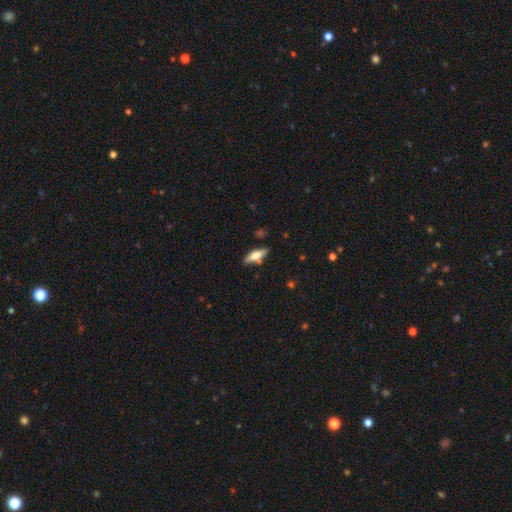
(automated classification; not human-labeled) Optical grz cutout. It shows a smooth galaxy with no disk features (62%) that is in between round and cigar-shaped (53%). Merging: none (81%).